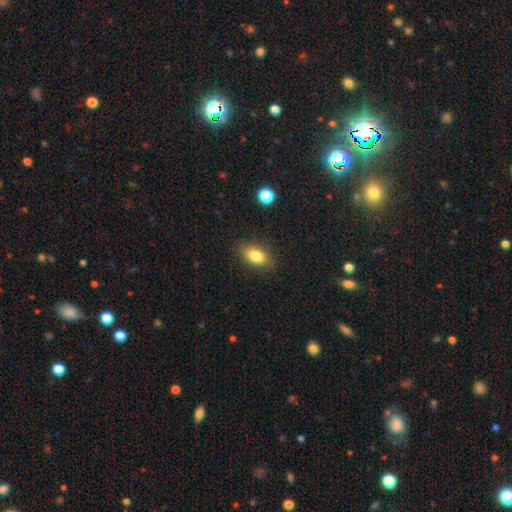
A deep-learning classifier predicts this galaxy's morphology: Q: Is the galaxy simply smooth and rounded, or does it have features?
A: smooth — 82%.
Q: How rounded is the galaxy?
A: in between — 87%.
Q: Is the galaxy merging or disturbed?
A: none — 84%.